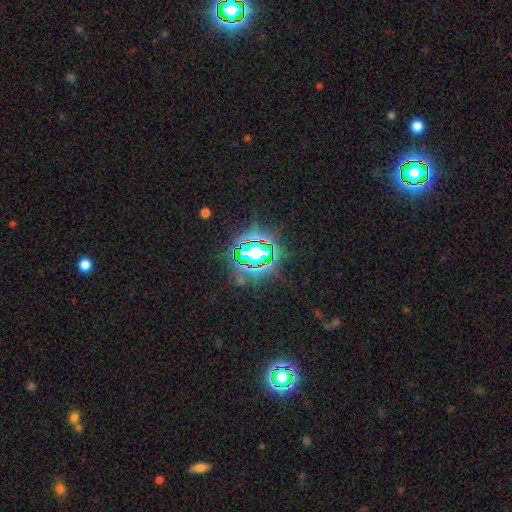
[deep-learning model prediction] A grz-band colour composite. It shows a star or artifact, not a galaxy (80%).